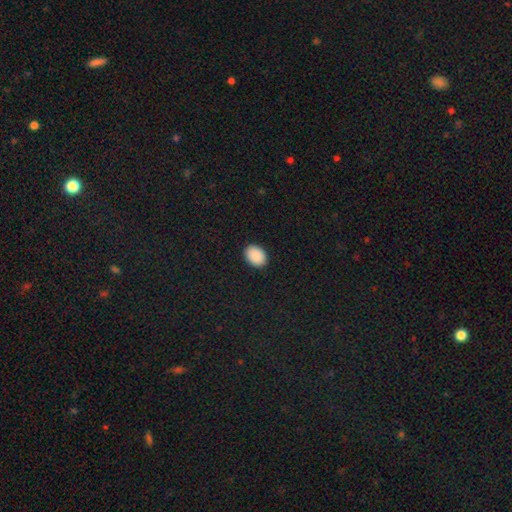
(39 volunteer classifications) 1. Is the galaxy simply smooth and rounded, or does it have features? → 92% smooth, 5% featured or disk, 3% star or artifact.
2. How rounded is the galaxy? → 81% in between, 19% round, 0% cigar-shaped.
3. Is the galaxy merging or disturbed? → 97% none, 3% major disturbance, 0% minor disturbance, 0% merger.